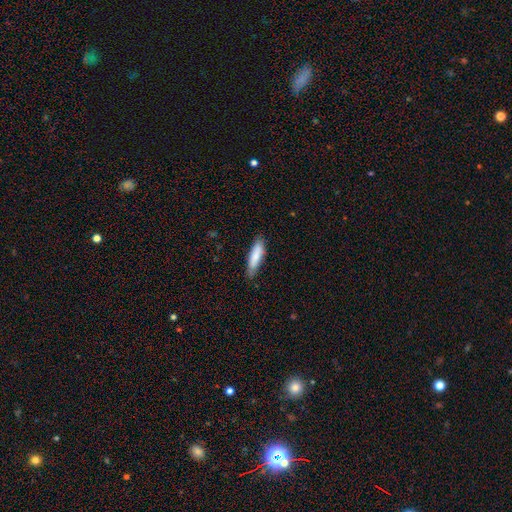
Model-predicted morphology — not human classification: type=smooth (83%); roundness=cigar-shaped (65%); merging=none (78%).